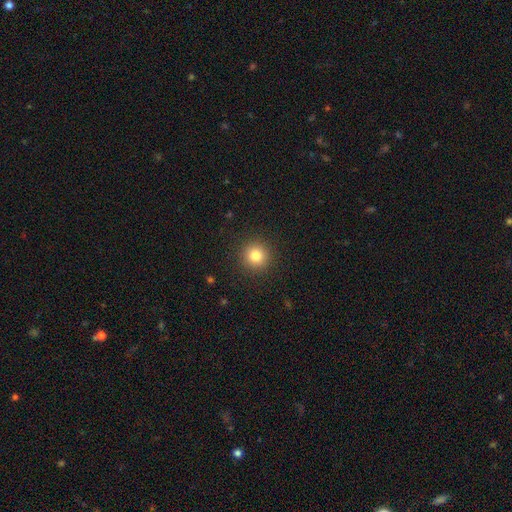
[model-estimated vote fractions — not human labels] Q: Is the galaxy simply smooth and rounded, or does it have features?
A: smooth — 82%.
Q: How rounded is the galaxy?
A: round — 94%.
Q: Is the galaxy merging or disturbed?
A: none — 91%.